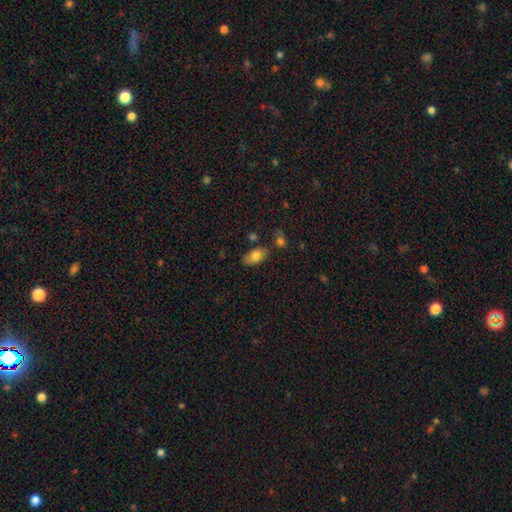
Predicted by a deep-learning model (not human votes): Q: Smooth or featured?
A: smooth (79%); runner-up: featured or disk (13%)
Q: How rounded?
A: in between (92%); runner-up: round (5%)
Q: Merging?
A: none (75%); runner-up: minor disturbance (15%)